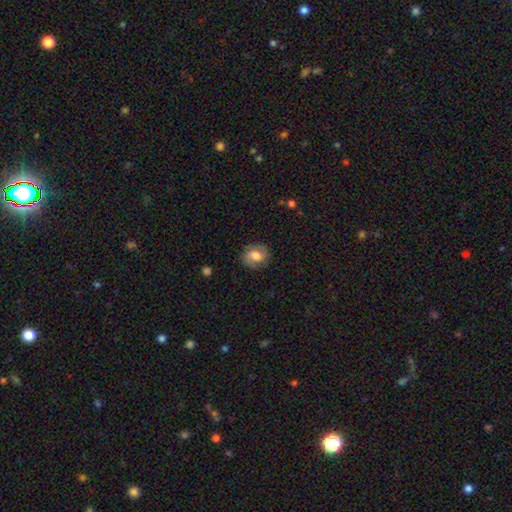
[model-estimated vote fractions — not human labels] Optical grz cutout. It shows a smooth galaxy with no disk features (57%) that is round (63%). Merging: none (80%).